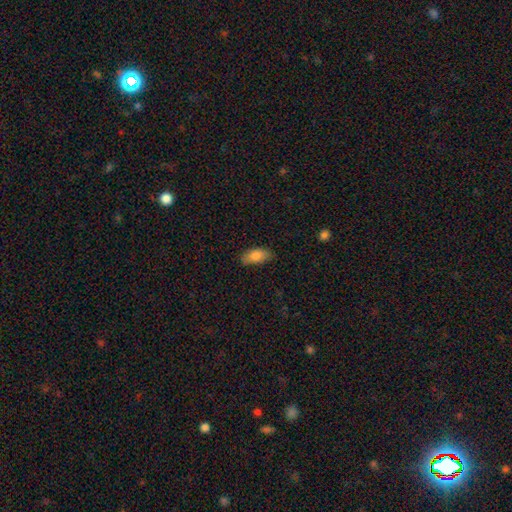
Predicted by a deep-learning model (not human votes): Q: Smooth or featured?
A: smooth (85%); runner-up: featured or disk (8%)
Q: How rounded?
A: in between (90%); runner-up: cigar-shaped (7%)
Q: Merging?
A: none (79%); runner-up: minor disturbance (17%)